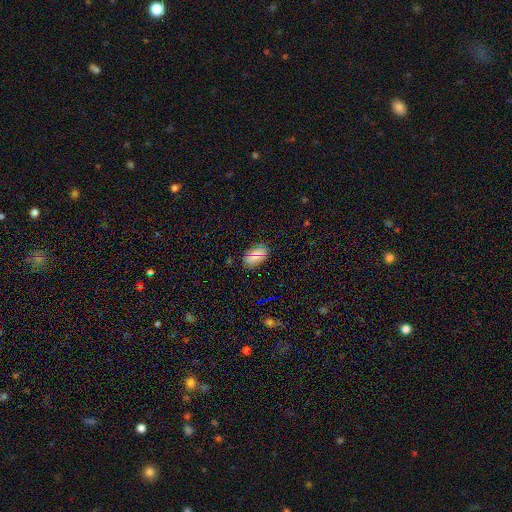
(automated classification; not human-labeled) Smooth or featured? smooth (71%)
How rounded? in between (91%)
Merging? none (84%)